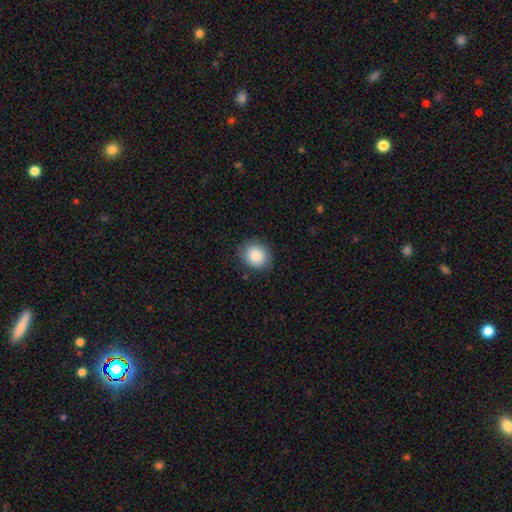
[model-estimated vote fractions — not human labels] Q: Smooth or featured?
A: smooth (88%); runner-up: star or artifact (8%)
Q: How rounded?
A: round (73%); runner-up: in between (26%)
Q: Merging?
A: none (86%); runner-up: minor disturbance (11%)